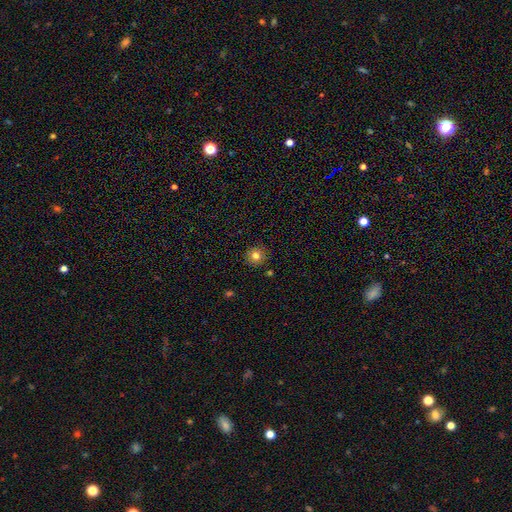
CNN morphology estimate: Overall: smooth (80%). How rounded: round (93%). Merging: none (90%).